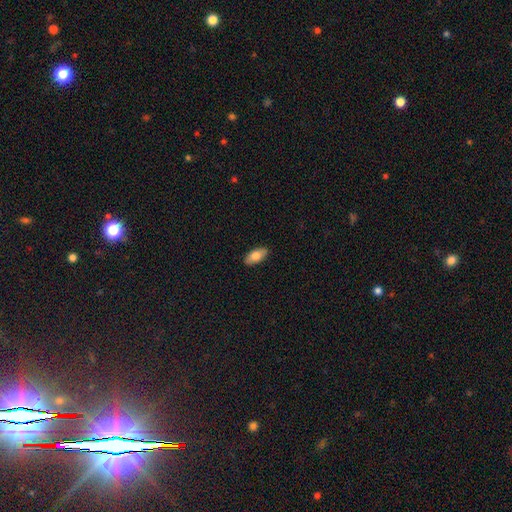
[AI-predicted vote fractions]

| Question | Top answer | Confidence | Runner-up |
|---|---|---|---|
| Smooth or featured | smooth | 76% | featured or disk (18%) |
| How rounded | in between | 89% | cigar-shaped (9%) |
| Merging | none | 89% | minor disturbance (8%) |